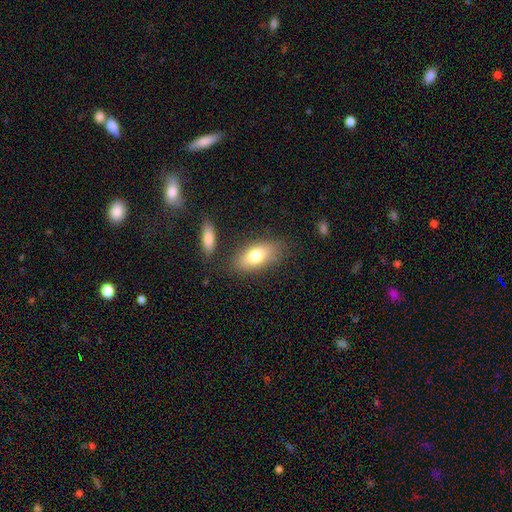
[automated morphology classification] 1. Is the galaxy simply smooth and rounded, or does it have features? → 75% smooth, 17% featured or disk, 8% star or artifact.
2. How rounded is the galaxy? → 85% in between, 10% cigar-shaped, 5% round.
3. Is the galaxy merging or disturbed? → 76% none, 14% minor disturbance, 6% merger, 5% major disturbance.